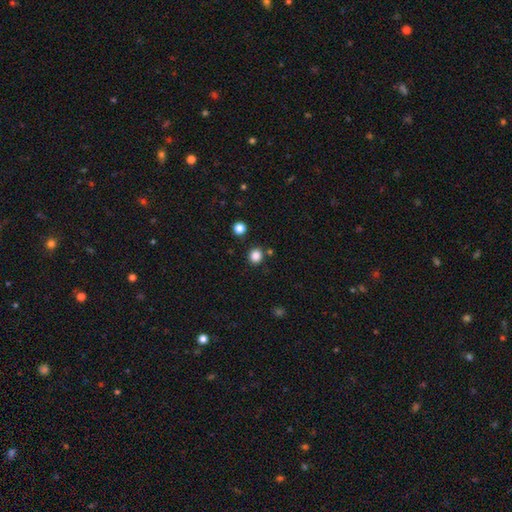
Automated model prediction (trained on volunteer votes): Overall: smooth (85%). How rounded: round (83%). Merging: none (86%).